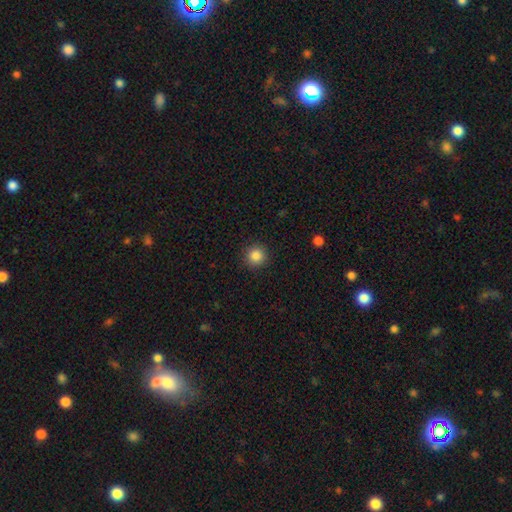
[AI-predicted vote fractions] Q: Smooth or featured?
A: smooth (86%); runner-up: star or artifact (10%)
Q: How rounded?
A: round (95%); runner-up: in between (5%)
Q: Merging?
A: none (91%); runner-up: minor disturbance (6%)